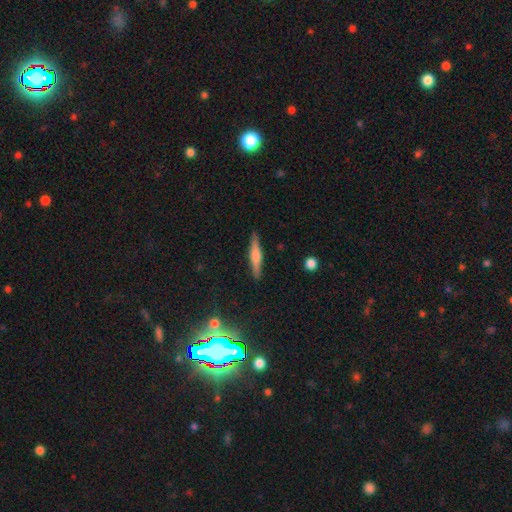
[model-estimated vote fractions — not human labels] This appears to be a featured or disk galaxy (54%) viewed edge-on (97%) with a rounded central bulge (75%). Merging: none (90%).